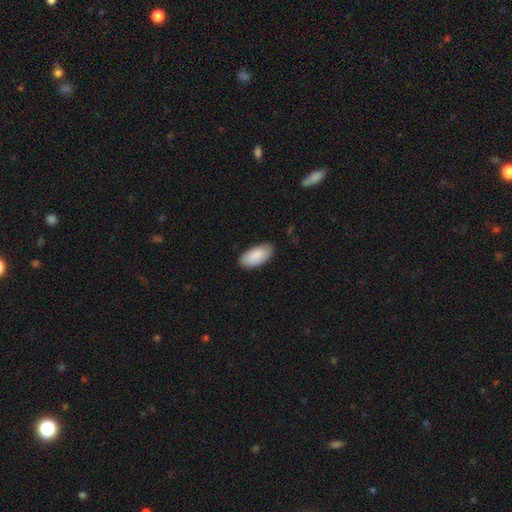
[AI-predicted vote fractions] Smooth or featured: smooth — 87% (featured or disk — 8%)
How rounded: in between — 94% (cigar-shaped — 4%)
Merging: none — 83% (minor disturbance — 13%)